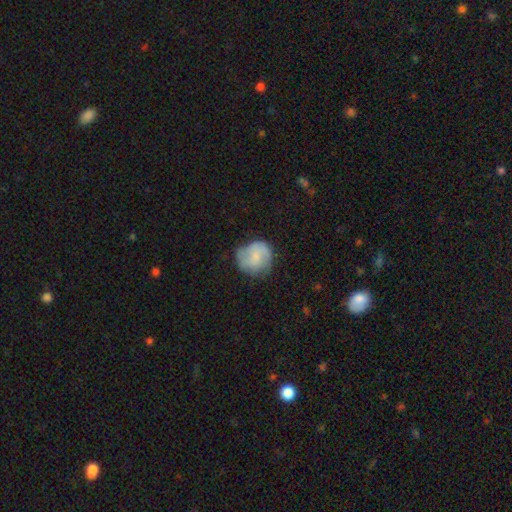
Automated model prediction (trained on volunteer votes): smooth 53%, featured or disk 40%, star or artifact 7%. Down the decision tree: how rounded — round (84%); merging — none (65%).